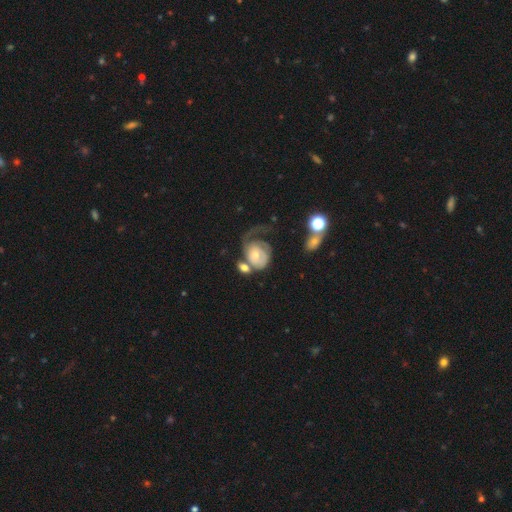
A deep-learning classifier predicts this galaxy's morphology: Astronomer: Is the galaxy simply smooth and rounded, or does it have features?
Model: featured or disk — 60%.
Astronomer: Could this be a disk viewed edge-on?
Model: no — 97%.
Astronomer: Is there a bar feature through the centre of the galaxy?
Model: no — 76%.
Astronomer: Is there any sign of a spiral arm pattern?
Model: yes — 75%.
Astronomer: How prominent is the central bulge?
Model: moderate — 47% (runner-up: small, 42%).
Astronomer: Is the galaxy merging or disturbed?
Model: major disturbance — 40% (runner-up: merger, 25%).